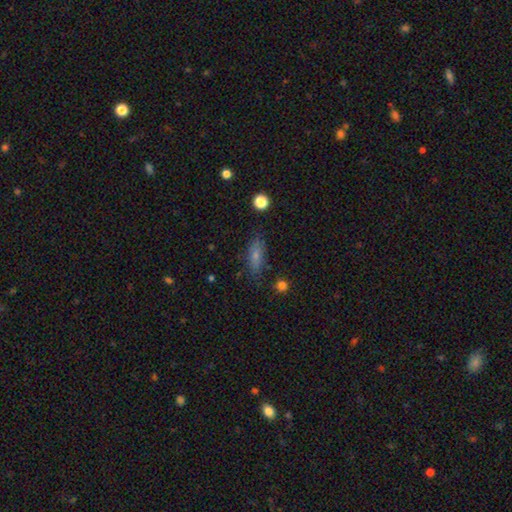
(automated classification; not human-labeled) This is likely a smooth galaxy (68%). How rounded: likely in between (61%). Merging: likely none (78%).